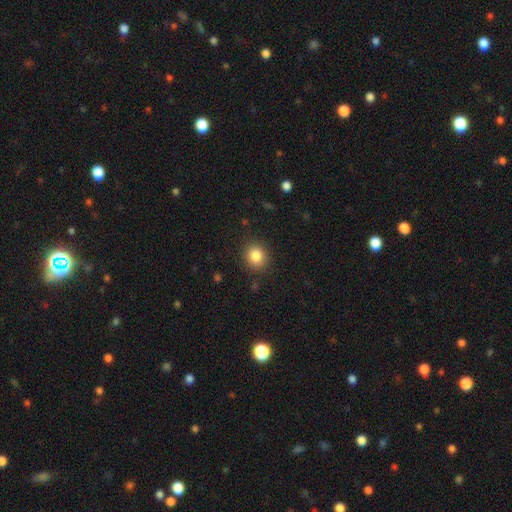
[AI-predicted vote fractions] Smooth or featured? Predicted: smooth (p=0.84). How rounded? Predicted: round (p=0.81). Merging? Predicted: none (p=0.89).